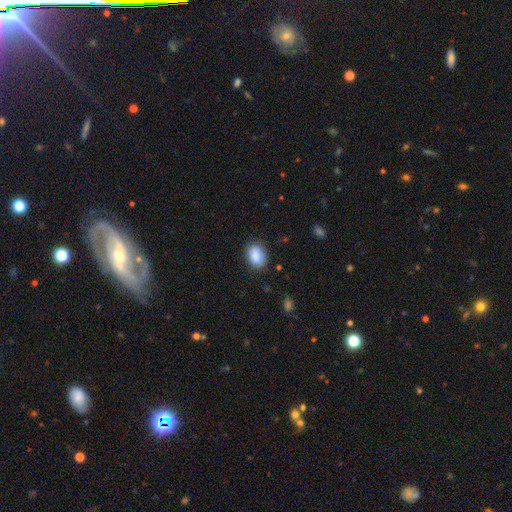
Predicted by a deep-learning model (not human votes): Smooth or featured? Predicted: smooth (p=0.89). How rounded? Predicted: in between (p=0.79). Merging? Predicted: none (p=0.80).